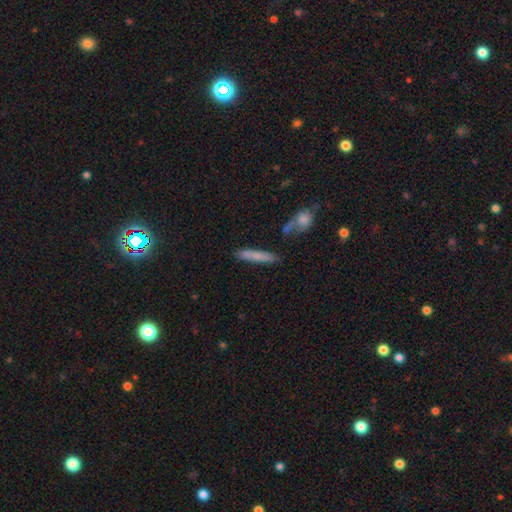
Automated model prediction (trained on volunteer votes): smooth-or-featured: smooth: 73% | featured or disk: 20% | star or artifact: 7%
  how-rounded: cigar-shaped: 89% | in between: 9% | round: 2%
  merging: none: 76% | minor disturbance: 13% | merger: 7% | major disturbance: 3%